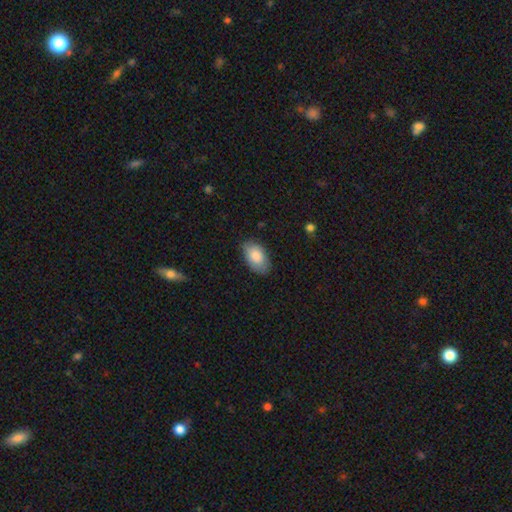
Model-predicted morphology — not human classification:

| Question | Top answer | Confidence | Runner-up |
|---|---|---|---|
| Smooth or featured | smooth | 85% | featured or disk (9%) |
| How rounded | in between | 93% | round (5%) |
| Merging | none | 81% | minor disturbance (15%) |